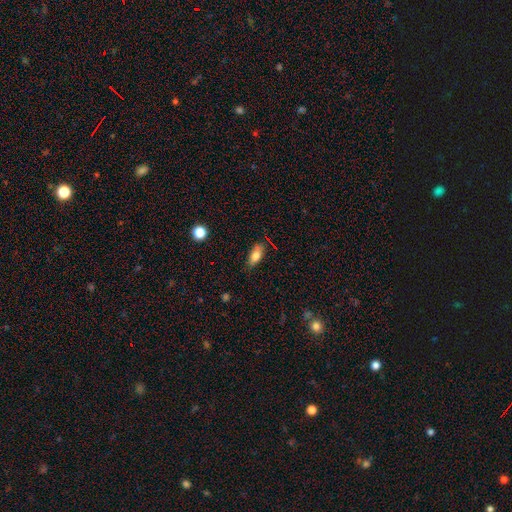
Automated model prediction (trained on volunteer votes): Overall: smooth (79%). How rounded: in between (82%). Merging: none (78%).